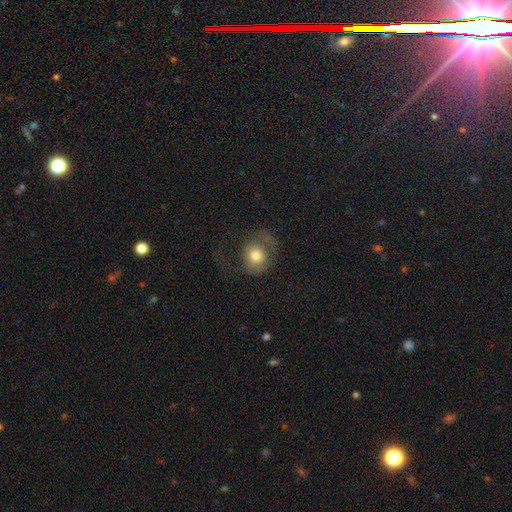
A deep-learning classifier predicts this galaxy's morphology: Smooth or featured: smooth — 69% (featured or disk — 23%)
How rounded: round — 69% (in between — 30%)
Merging: none — 38% (tied with major disturbance — 38%)